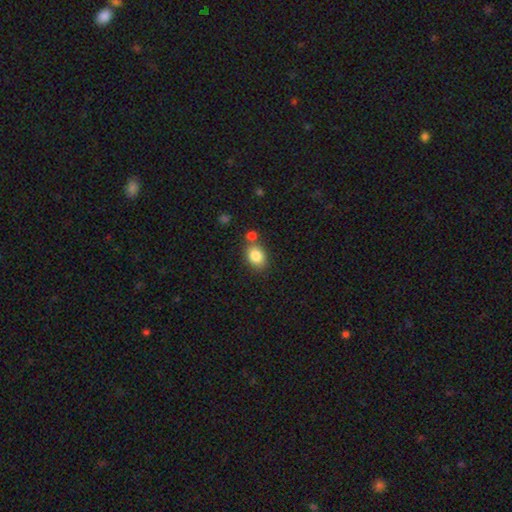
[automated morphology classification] smooth 84%, star or artifact 9%, featured or disk 7%. Down the decision tree: how rounded — in between (65%); merging — none (68%).